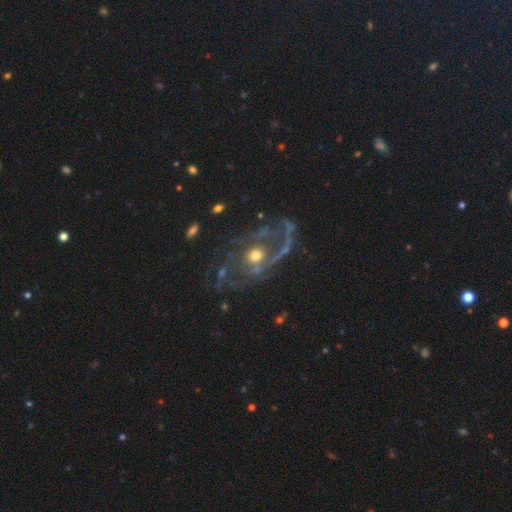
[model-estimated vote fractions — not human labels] featured or disk 78%, smooth 13%, star or artifact 9%. Down the decision tree: edge-on disk — no (96%); bar — no (81%); spiral arms — yes (76%); spiral arm count — 2 (37%); spiral winding — loose (39%); bulge size — moderate (61%); merging — none (47%).